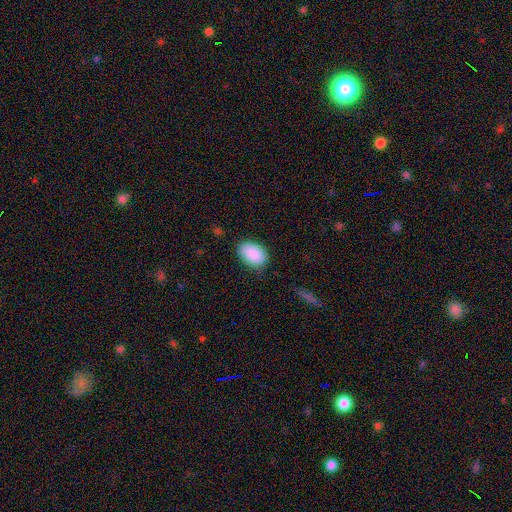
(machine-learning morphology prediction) A smooth galaxy with no disk features (90%) that is in between round and cigar-shaped (88%).

Vote fractions:
- Smooth or featured? smooth: 90% / star or artifact: 7% / featured or disk: 4%
- How rounded? in between: 88% / round: 11% / cigar-shaped: 1%
- Merging? none: 80% / minor disturbance: 15% / major disturbance: 3% / merger: 1%